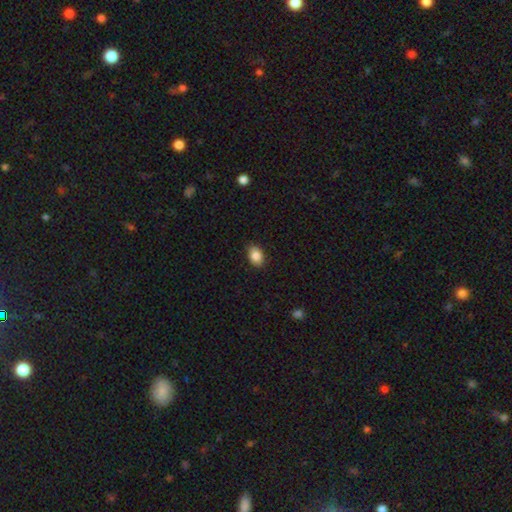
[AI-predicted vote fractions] The model was most divided on "how rounded": in between: 82%, round: 17%, cigar-shaped: 1%. More confident: merging — none (88%); smooth or featured — smooth (86%).